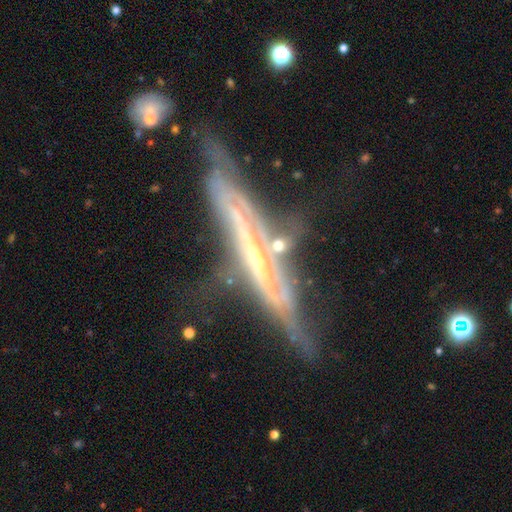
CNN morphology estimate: Smooth or featured?
  - featured or disk: 82% *
  - smooth: 10%
  - star or artifact: 8%
Edge-on disk?
  - yes: 81% *
  - no: 19%
Edge-on bulge?
  - none: 57% *
  - rounded: 30%
  - boxy: 13%
Merging?
  - none: 44% *
  - minor disturbance: 25%
  - major disturbance: 19%
  - merger: 12%